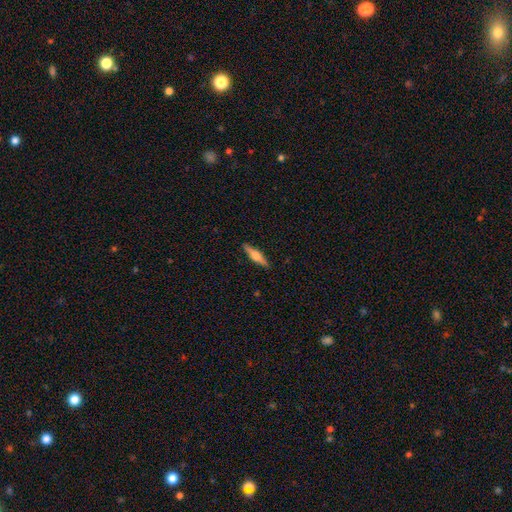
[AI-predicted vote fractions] Morphology: type=featured or disk (51%); edge-on=yes (96%); merging=none (90%).